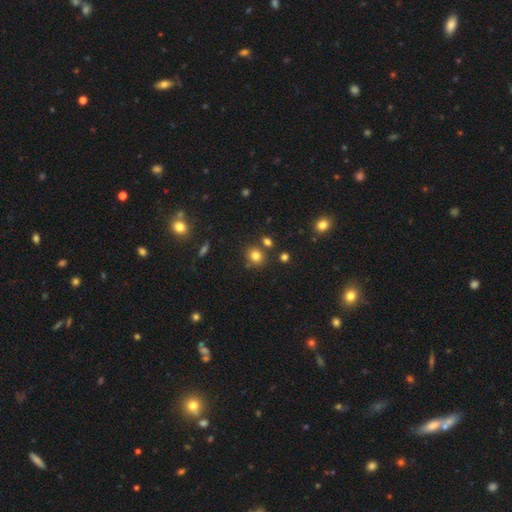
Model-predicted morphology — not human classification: Overall: smooth (79%). How rounded: round (76%). Merging: none (77%).